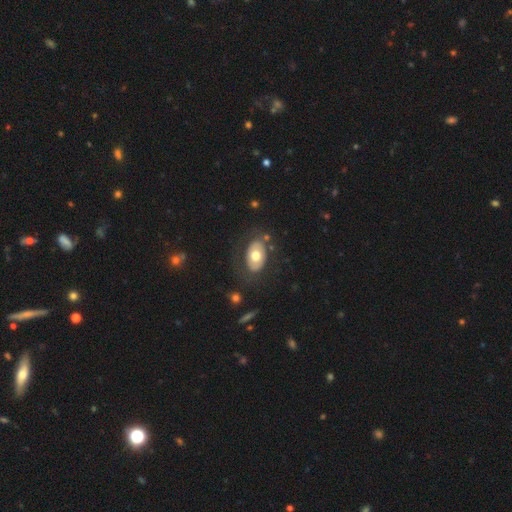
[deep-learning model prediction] This is possibly a smooth galaxy (59%). How rounded: clearly in between (87%). Merging: likely none (74%).